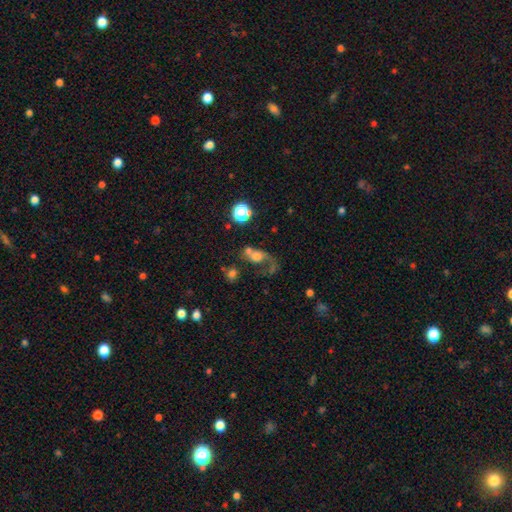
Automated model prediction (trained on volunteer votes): A smooth galaxy with no disk features (41%, tied with featured or disk).

Vote fractions:
- Smooth or featured? smooth: 41% (tied) / featured or disk: 41% (tied) / star or artifact: 18%
- Merging? merger: 37% / major disturbance: 30% / none: 22% / minor disturbance: 11%